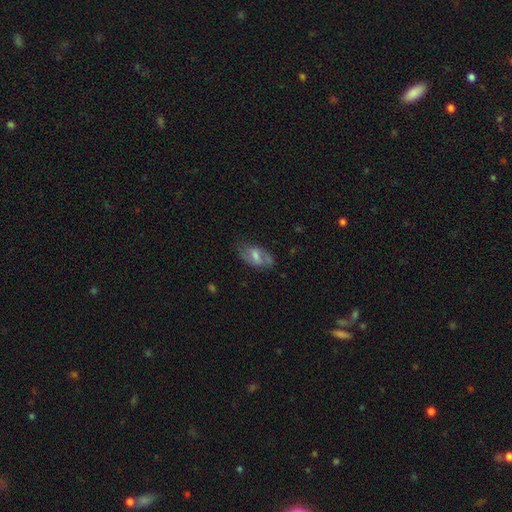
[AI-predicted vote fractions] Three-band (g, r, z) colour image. It shows a featured or disk galaxy (51%). Merging: none (61%).